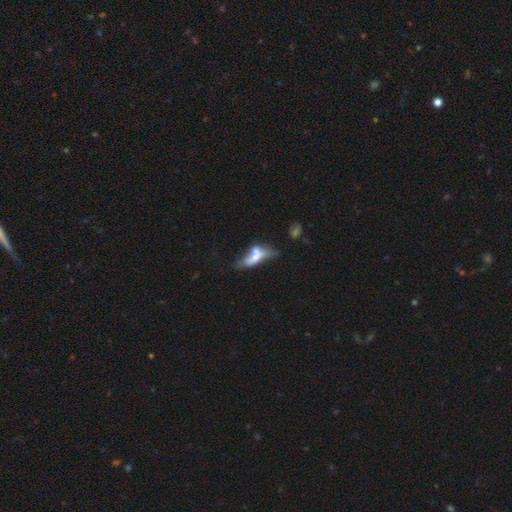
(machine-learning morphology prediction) A smooth galaxy with no disk features (48%). Merging: merger (47%).